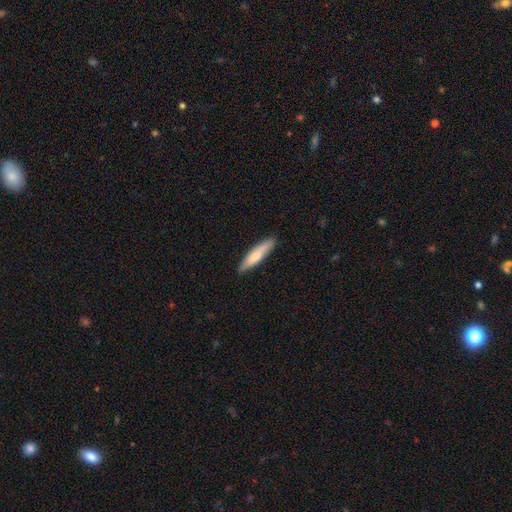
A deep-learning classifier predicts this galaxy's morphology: This appears to be a smooth galaxy with no disk features (72%) that is cigar-shaped (83%). Merging: none (88%).